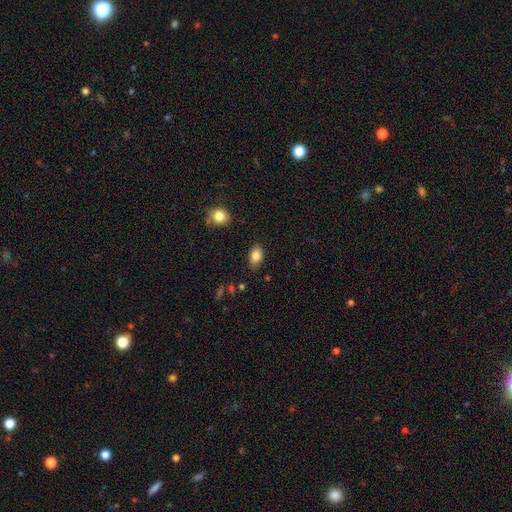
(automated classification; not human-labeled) This is clearly a smooth galaxy (85%). How rounded: clearly in between (84%). Merging: clearly none (83%).